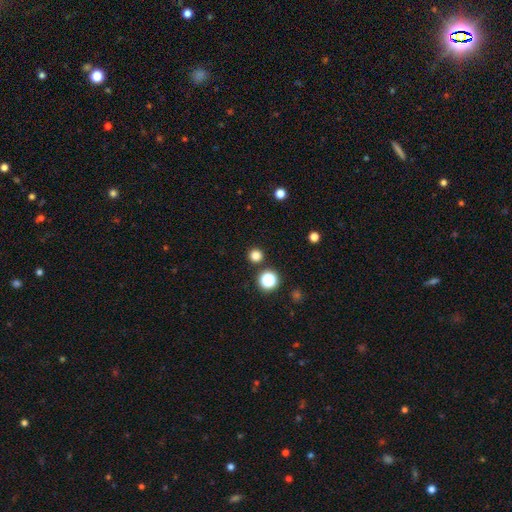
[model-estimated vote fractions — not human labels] Smooth or featured?
  - smooth: 79% *
  - star or artifact: 17%
  - featured or disk: 4%
How rounded?
  - round: 95% *
  - in between: 4%
  - cigar-shaped: 1%
Merging?
  - none: 90% *
  - minor disturbance: 5%
  - merger: 3%
  - major disturbance: 2%